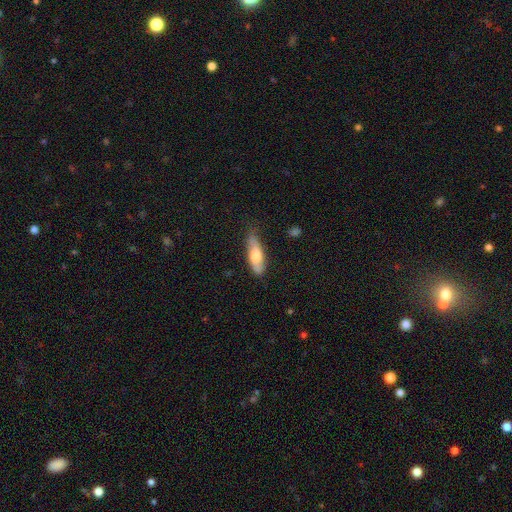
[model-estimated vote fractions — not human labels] Smooth or featured? smooth (64%)
How rounded? in between (50%)
Merging? none (74%)